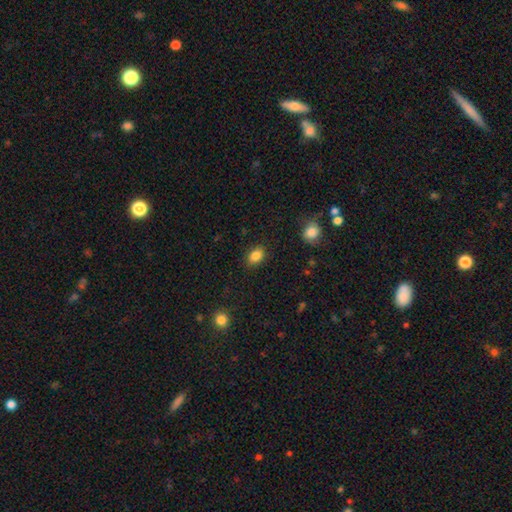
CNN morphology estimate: A smooth galaxy with no disk features (85%) that is in between round and cigar-shaped (81%). Merging: none (86%).